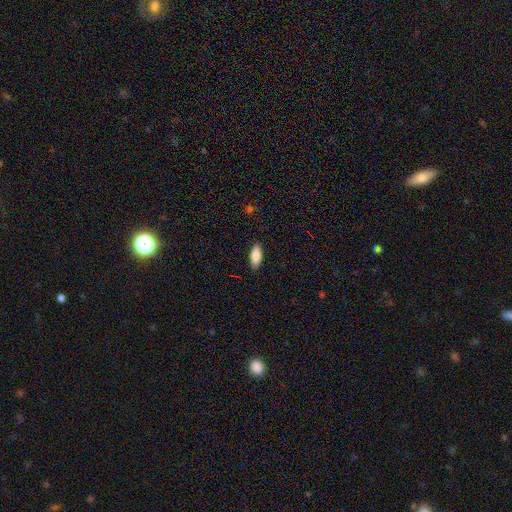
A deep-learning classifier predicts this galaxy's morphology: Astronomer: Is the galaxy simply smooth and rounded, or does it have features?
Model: smooth — 83%.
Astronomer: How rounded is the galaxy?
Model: in between — 80%.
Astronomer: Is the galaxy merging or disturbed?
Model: none — 87%.